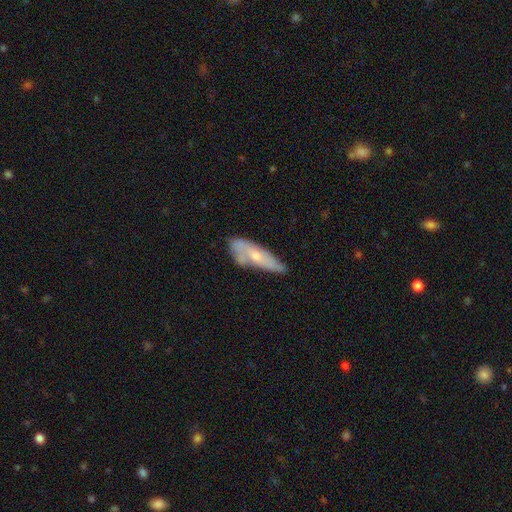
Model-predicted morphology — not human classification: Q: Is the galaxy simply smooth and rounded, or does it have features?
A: smooth — 47%, tied with featured or disk.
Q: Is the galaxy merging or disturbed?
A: none — 47%.